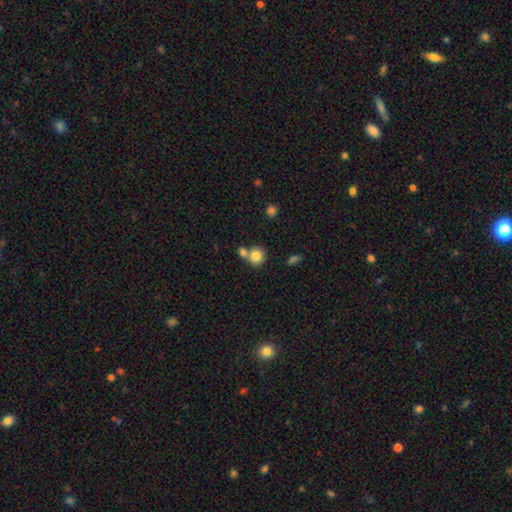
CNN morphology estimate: Q: Smooth or featured?
A: smooth (82%); runner-up: star or artifact (10%)
Q: How rounded?
A: round (86%); runner-up: in between (14%)
Q: Merging?
A: none (52%); runner-up: merger (37%)